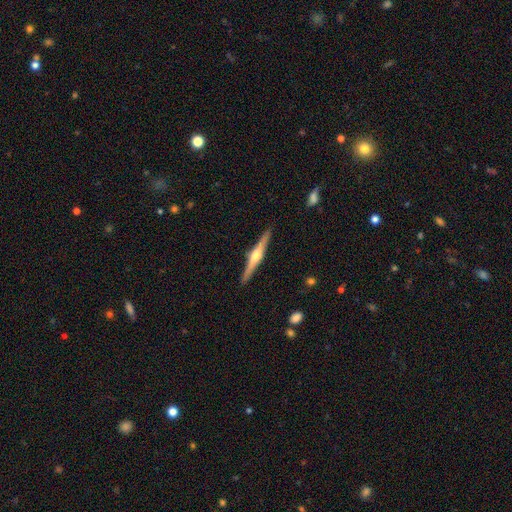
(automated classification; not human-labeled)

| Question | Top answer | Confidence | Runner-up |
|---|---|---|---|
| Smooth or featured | featured or disk | 79% | smooth (16%) |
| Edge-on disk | yes | 98% | no (2%) |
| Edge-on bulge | rounded | 93% | boxy (5%) |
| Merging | none | 91% | minor disturbance (6%) |